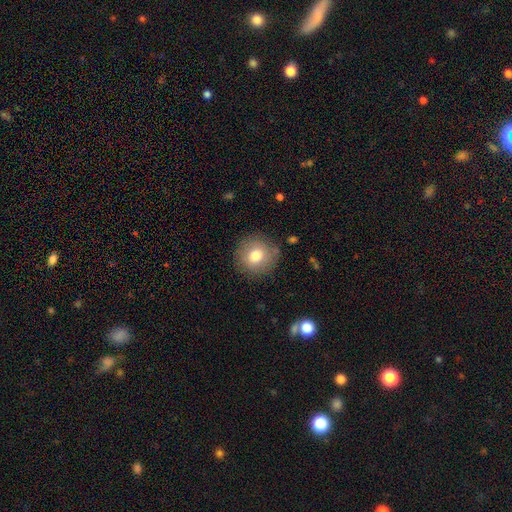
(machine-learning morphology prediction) This appears to be a smooth galaxy with no disk features (77%) that is round (92%). Merging: none (85%).